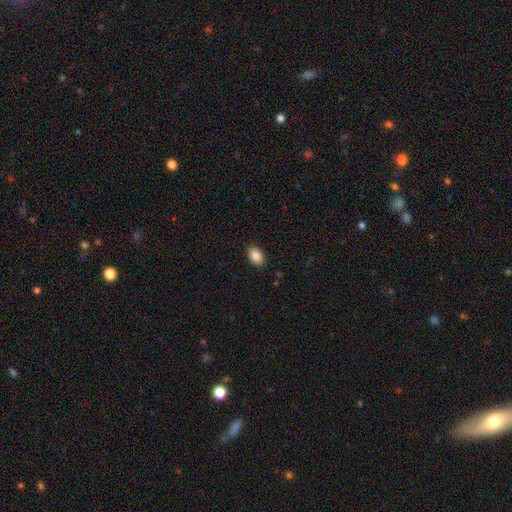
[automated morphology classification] Smooth or featured? Predicted: smooth (p=0.88). How rounded? Predicted: in between (p=0.89). Merging? Predicted: none (p=0.89).